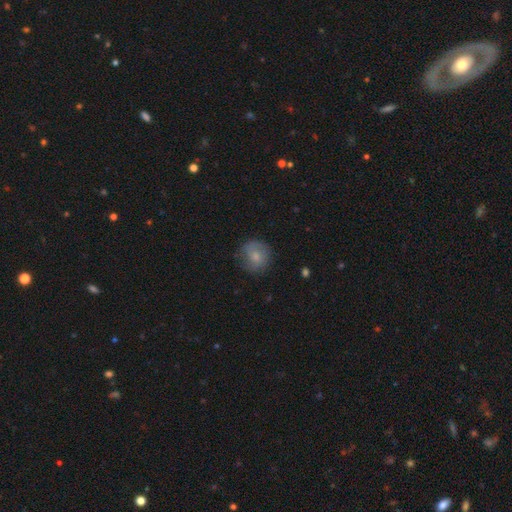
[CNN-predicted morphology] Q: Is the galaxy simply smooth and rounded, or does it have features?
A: smooth — 65%.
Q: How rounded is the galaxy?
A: round — 87%.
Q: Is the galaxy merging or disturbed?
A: none — 76%.